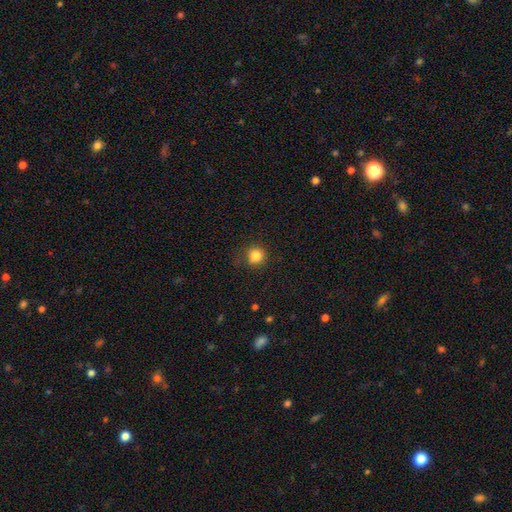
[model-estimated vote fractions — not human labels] Smooth or featured? Predicted: smooth (p=0.84). How rounded? Predicted: round (p=0.89). Merging? Predicted: none (p=0.80).